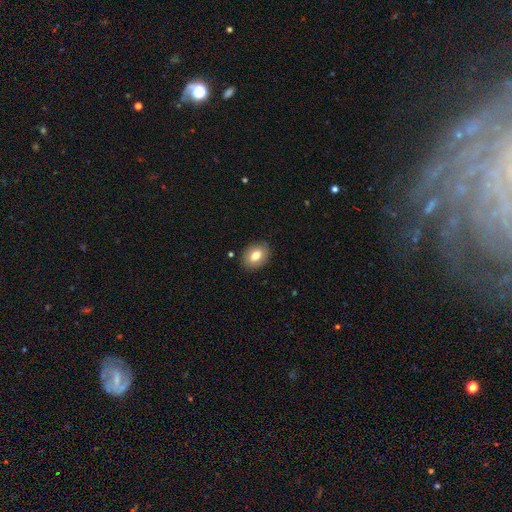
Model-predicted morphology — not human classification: A smooth galaxy with no disk features (79%) that is in between round and cigar-shaped (73%).

Vote fractions:
- Smooth or featured? smooth: 79% / featured or disk: 13% / star or artifact: 8%
- How rounded? in between: 73% / round: 26% / cigar-shaped: 1%
- Merging? none: 88% / minor disturbance: 9% / major disturbance: 2% / merger: 1%